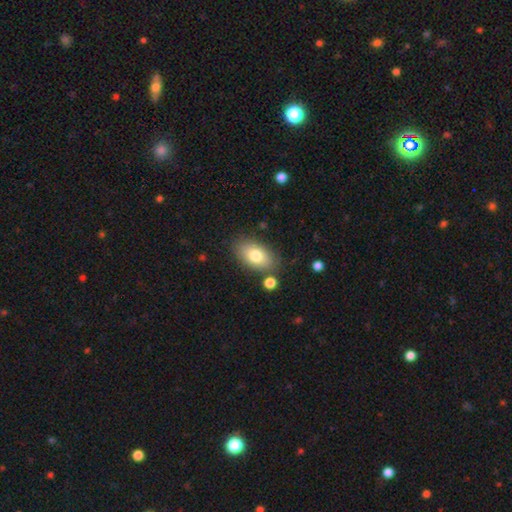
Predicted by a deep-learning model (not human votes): Q: Smooth or featured?
A: smooth (78%); runner-up: featured or disk (15%)
Q: How rounded?
A: in between (91%); runner-up: round (7%)
Q: Merging?
A: none (79%); runner-up: minor disturbance (12%)